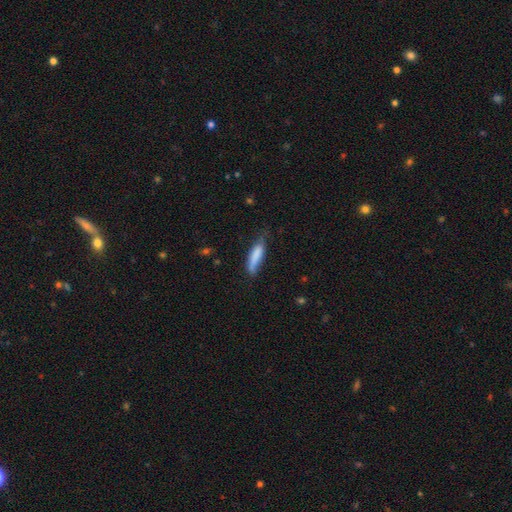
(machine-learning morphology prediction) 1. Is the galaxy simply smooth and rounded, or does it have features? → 79% smooth, 15% featured or disk, 6% star or artifact.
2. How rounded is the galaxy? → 69% cigar-shaped, 29% in between, 2% round.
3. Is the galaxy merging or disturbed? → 49% none, 36% minor disturbance, 11% major disturbance, 3% merger.